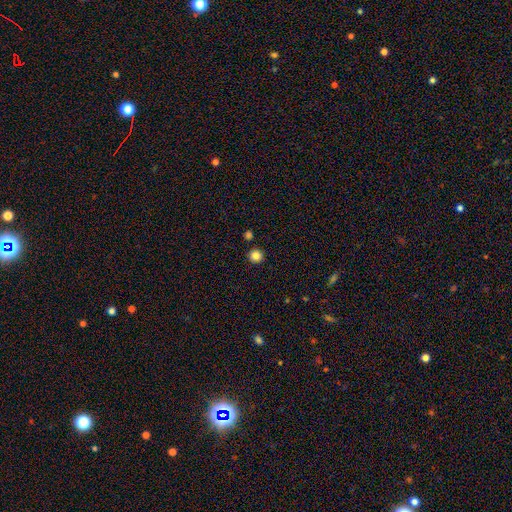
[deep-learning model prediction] A smooth galaxy with no disk features (84%) that is round (94%). Merging: none (90%).